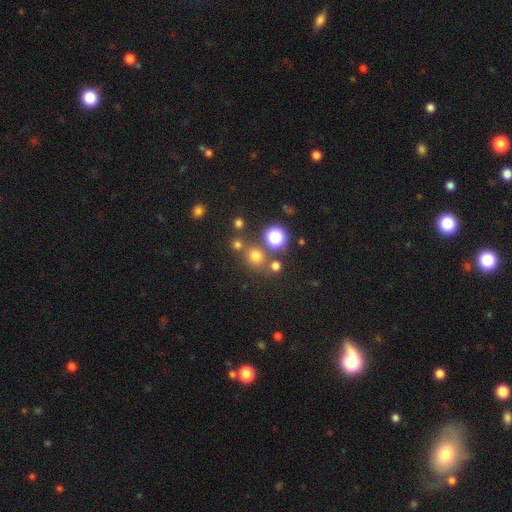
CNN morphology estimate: The model was most divided on "smooth or featured": smooth: 67%, star or artifact: 25%, featured or disk: 7%. More confident: how rounded — round (84%); merging — none (72%).